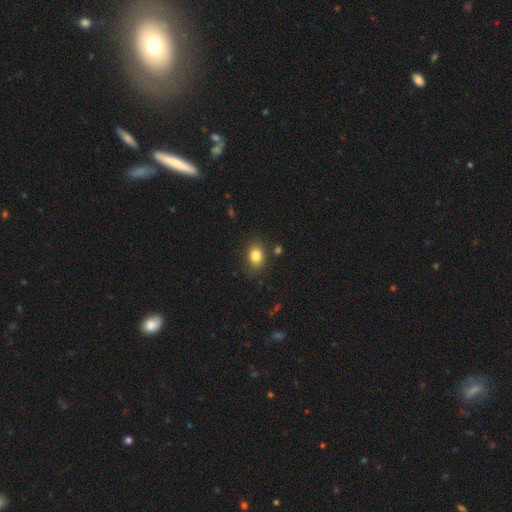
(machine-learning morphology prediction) Smooth or featured? smooth (83%)
How rounded? in between (65%)
Merging? none (81%)